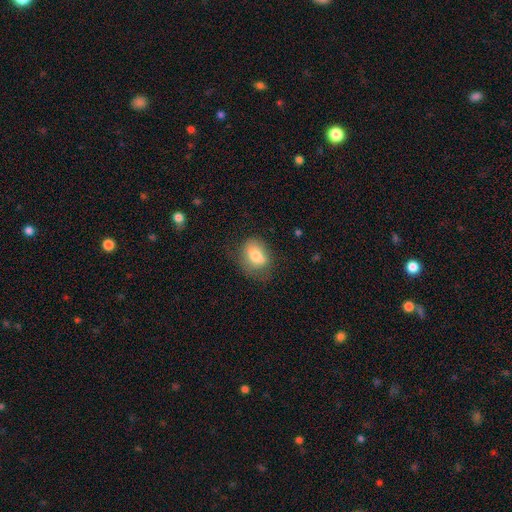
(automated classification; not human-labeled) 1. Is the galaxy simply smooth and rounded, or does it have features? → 72% smooth, 19% featured or disk, 9% star or artifact.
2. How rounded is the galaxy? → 69% in between, 29% round, 2% cigar-shaped.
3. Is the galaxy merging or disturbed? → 54% none, 28% minor disturbance, 13% major disturbance, 4% merger.